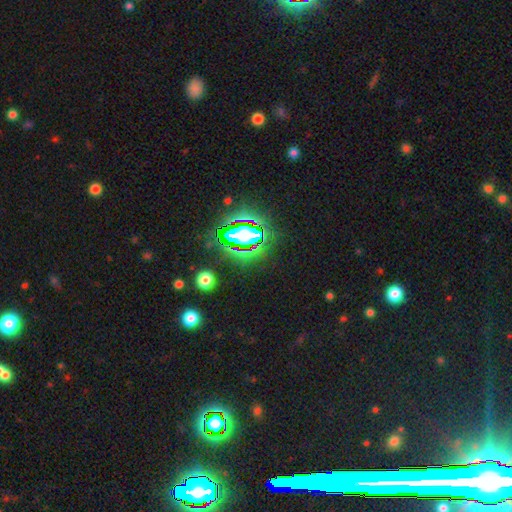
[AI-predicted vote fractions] Smooth or featured? star or artifact (74%)